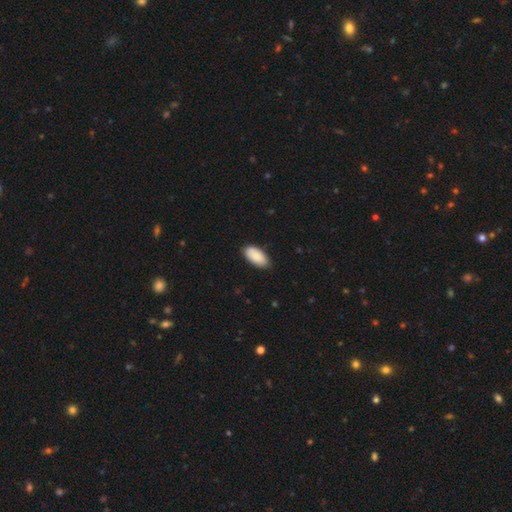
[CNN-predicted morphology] smooth-or-featured: smooth: 89% | star or artifact: 6% | featured or disk: 6%
  how-rounded: in between: 94% | cigar-shaped: 4% | round: 2%
  merging: none: 83% | minor disturbance: 14% | major disturbance: 2% | merger: 1%